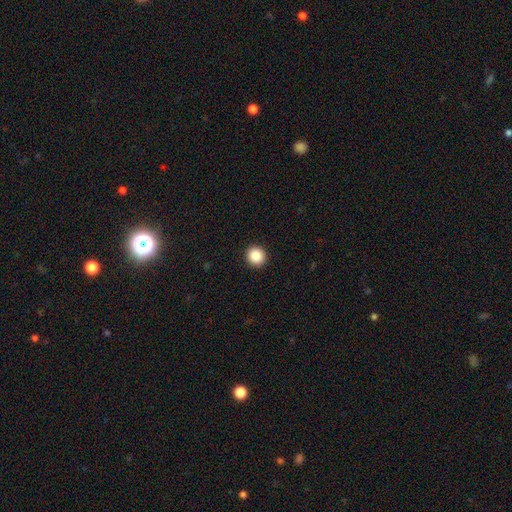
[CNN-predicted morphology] type=smooth (87%); roundness=round (91%); merging=none (93%).